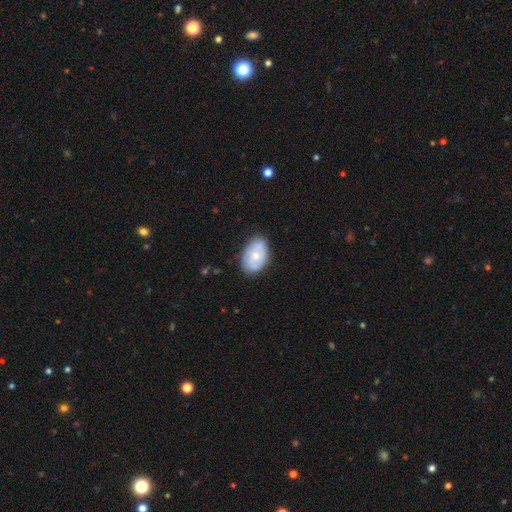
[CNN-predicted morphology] smooth 51%, featured or disk 43%, star or artifact 6%. Down the decision tree: how rounded — in between (87%); merging — none (75%).